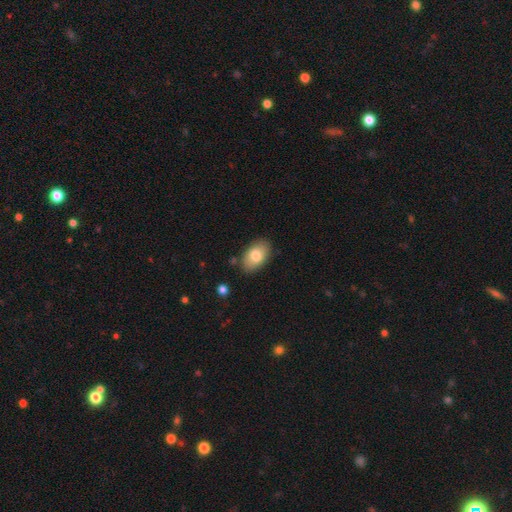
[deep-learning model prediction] A smooth galaxy with no disk features (79%) that is in between round and cigar-shaped (92%).

Vote fractions:
- Smooth or featured? smooth: 79% / featured or disk: 14% / star or artifact: 7%
- How rounded? in between: 92% / round: 6% / cigar-shaped: 1%
- Merging? none: 83% / minor disturbance: 12% / major disturbance: 3% / merger: 2%